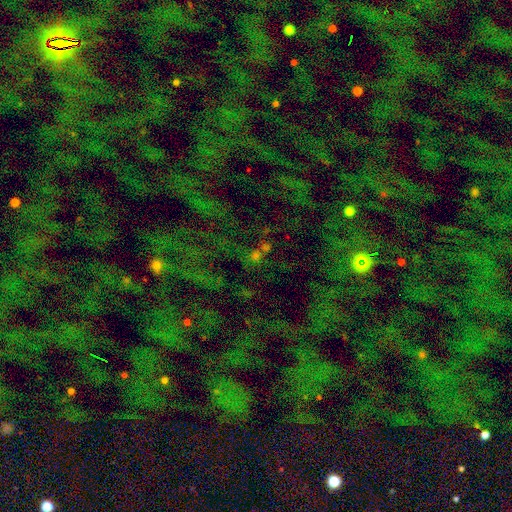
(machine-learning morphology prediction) Smooth or featured?
  - star or artifact: 63% *
  - smooth: 26%
  - featured or disk: 11%